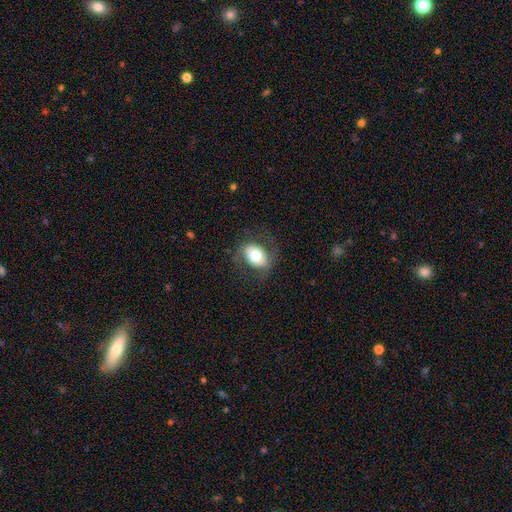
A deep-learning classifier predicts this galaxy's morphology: This appears to be a smooth galaxy with no disk features (63%) that is in between round and cigar-shaped (67%). Merging: none (74%).